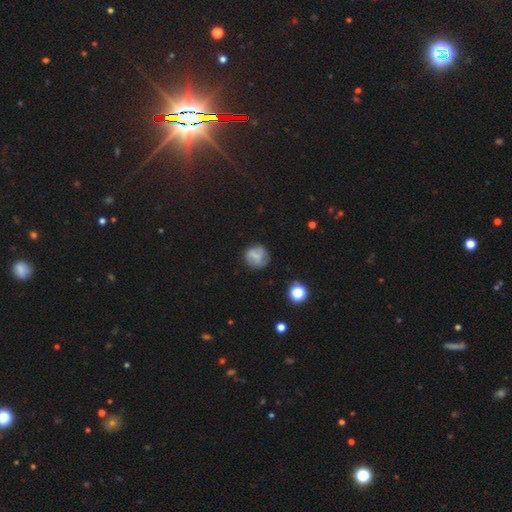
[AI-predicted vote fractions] Smooth or featured? Predicted: smooth (p=0.53). How rounded? Predicted: round (p=0.84). Merging? Predicted: none (p=0.71).